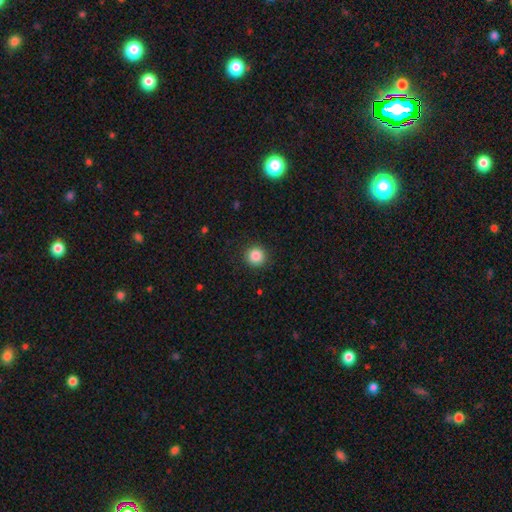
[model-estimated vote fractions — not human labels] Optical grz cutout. It shows a smooth galaxy with no disk features (86%) that is round (95%). Merging: none (91%).